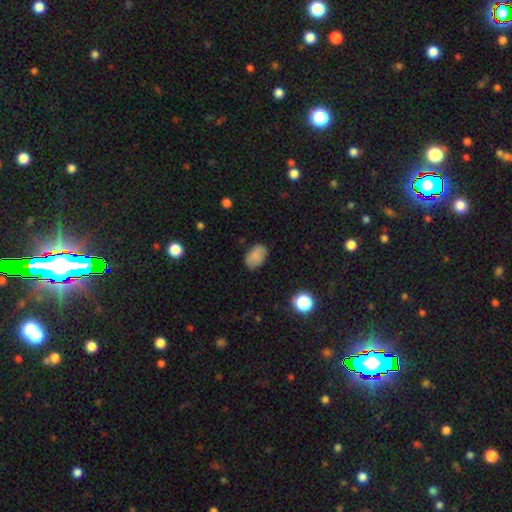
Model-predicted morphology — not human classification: Smooth or featured? Predicted: smooth (p=0.81). How rounded? Predicted: in between (p=0.87). Merging? Predicted: none (p=0.77).